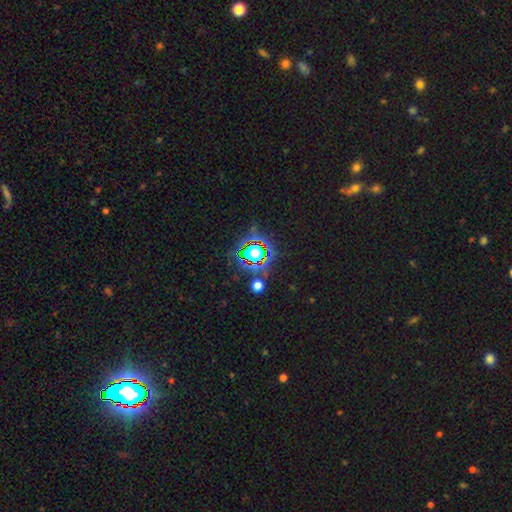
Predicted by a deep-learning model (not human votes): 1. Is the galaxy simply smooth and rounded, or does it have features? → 66% star or artifact, 23% smooth, 11% featured or disk.